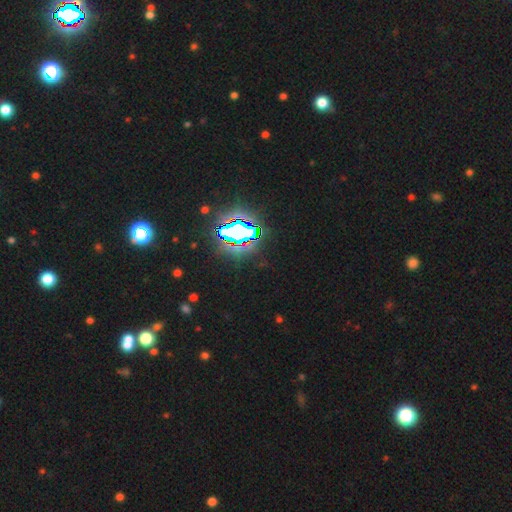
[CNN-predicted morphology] A star or artifact, not a galaxy (83%).

Vote fractions:
- Smooth or featured? star or artifact: 83% / smooth: 10% / featured or disk: 7%